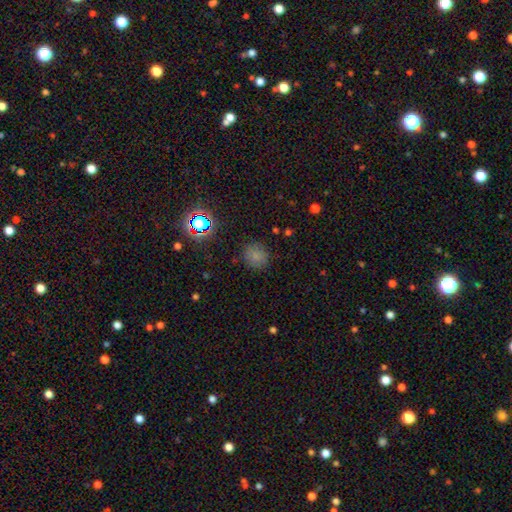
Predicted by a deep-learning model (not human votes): Morphology: type=smooth (74%); roundness=round (83%); merging=none (83%).